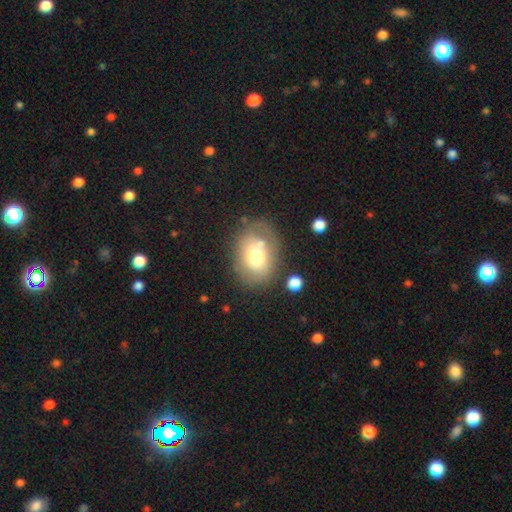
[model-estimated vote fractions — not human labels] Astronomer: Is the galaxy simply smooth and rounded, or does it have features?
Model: smooth — 66%.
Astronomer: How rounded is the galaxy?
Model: in between — 63%.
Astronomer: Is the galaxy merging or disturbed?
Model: none — 61%.